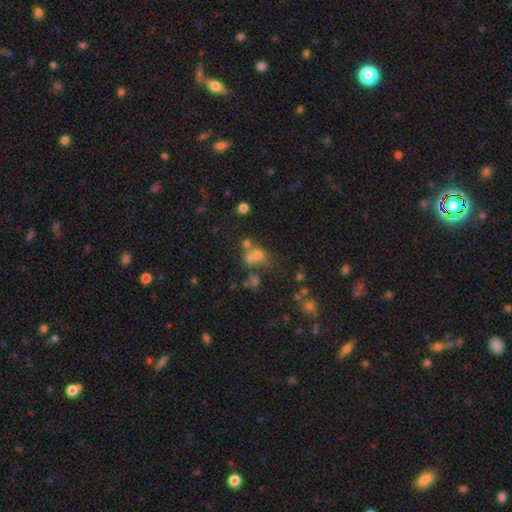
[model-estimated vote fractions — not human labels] A smooth galaxy with no disk features (60%) that is round (51%).

Vote fractions:
- Smooth or featured? smooth: 60% / star or artifact: 20% / featured or disk: 20%
- How rounded? round: 51% / in between: 47% / cigar-shaped: 2%
- Merging? merger: 45% / none: 30% / major disturbance: 13% / minor disturbance: 12%